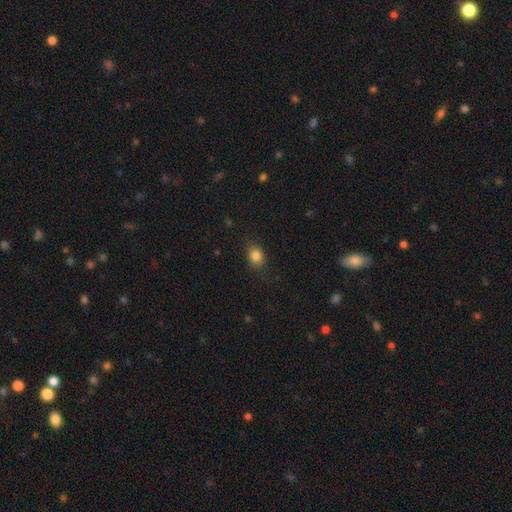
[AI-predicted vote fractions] Smooth or featured? smooth (83%)
How rounded? in between (64%)
Merging? none (82%)